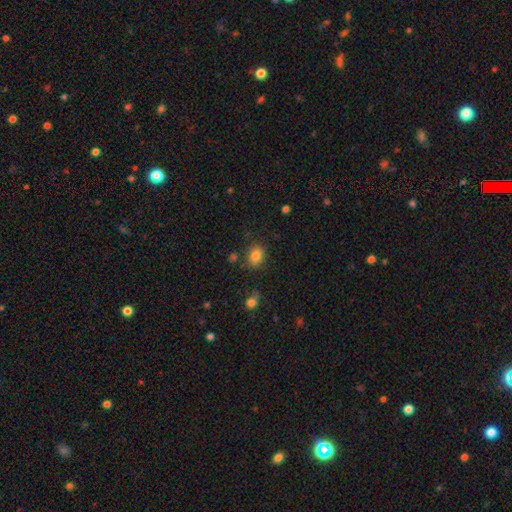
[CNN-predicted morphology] This appears to be a smooth galaxy with no disk features (81%) that is in between round and cigar-shaped (59%). Merging: none (80%).